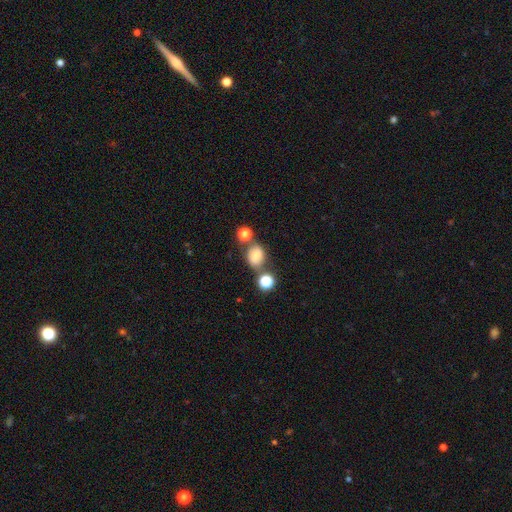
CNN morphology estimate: The model was most divided on "how rounded": in between: 52%, round: 46%, cigar-shaped: 1%. More confident: smooth or featured — smooth (74%); merging — none (59%).